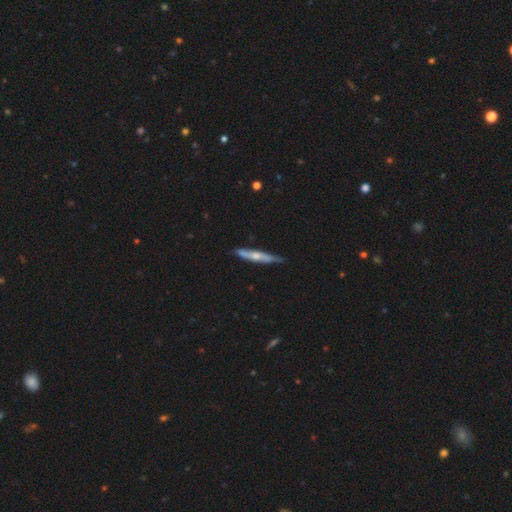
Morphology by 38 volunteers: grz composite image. It shows a featured or disk galaxy (68%) viewed edge-on (92%) with a rounded central bulge (79%). Merging: none (55%).